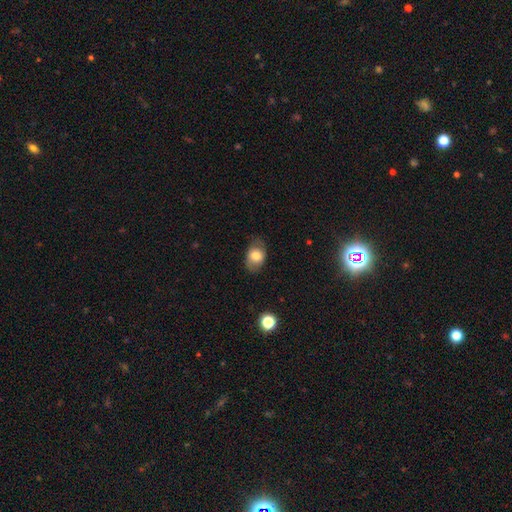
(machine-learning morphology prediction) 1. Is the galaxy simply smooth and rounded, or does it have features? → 74% smooth, 18% featured or disk, 8% star or artifact.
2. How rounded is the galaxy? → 73% in between, 26% round, 1% cigar-shaped.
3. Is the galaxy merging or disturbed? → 73% none, 20% minor disturbance, 6% major disturbance, 1% merger.